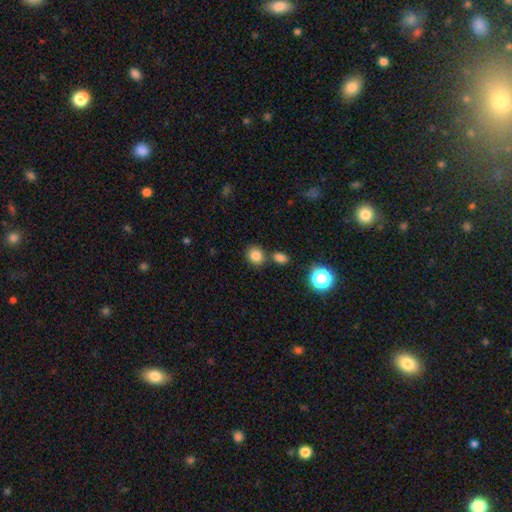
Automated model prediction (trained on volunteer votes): Smooth or featured?
  - smooth: 83% *
  - star or artifact: 12%
  - featured or disk: 6%
How rounded?
  - round: 74% *
  - in between: 25%
  - cigar-shaped: 1%
Merging?
  - none: 69% *
  - merger: 17%
  - minor disturbance: 10%
  - major disturbance: 3%